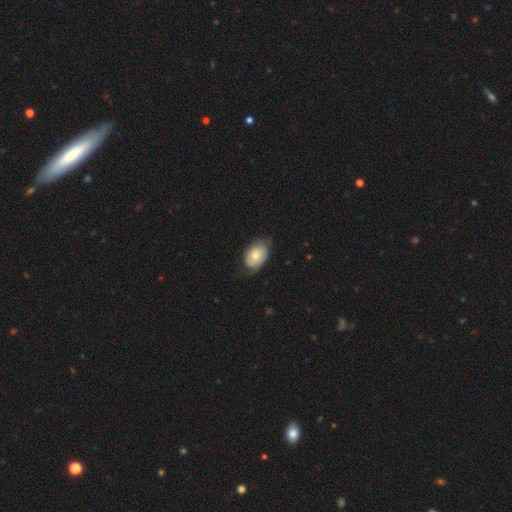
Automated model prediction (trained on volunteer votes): This is likely a smooth galaxy (63%). How rounded: clearly in between (84%). Merging: likely none (63%).